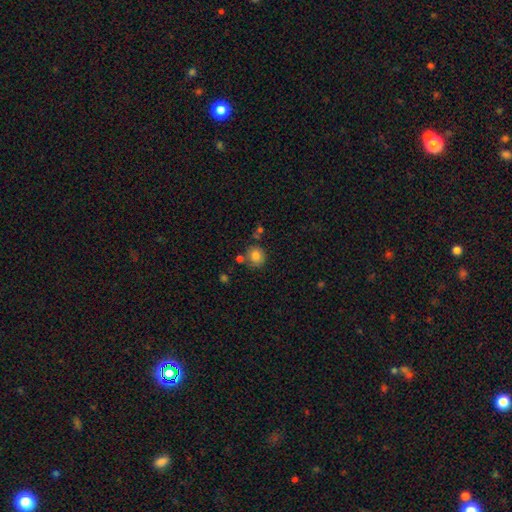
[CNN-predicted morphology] smooth 81%, star or artifact 11%, featured or disk 9%. Down the decision tree: how rounded — round (83%); merging — none (74%).